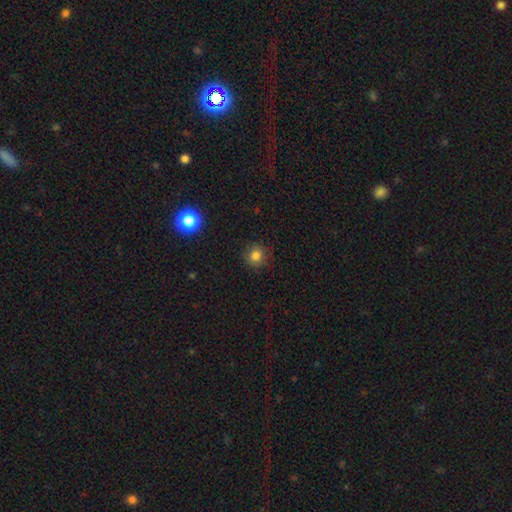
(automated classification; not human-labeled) A smooth galaxy with no disk features (81%) that is round (89%). Merging: none (86%).